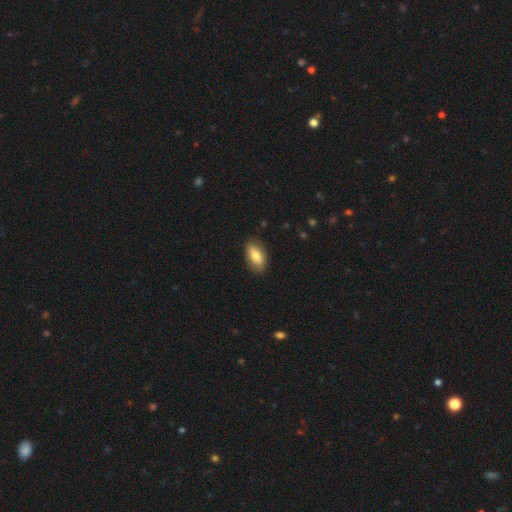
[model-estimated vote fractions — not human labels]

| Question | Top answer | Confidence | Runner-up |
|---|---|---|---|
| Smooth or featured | smooth | 75% | featured or disk (18%) |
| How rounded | in between | 89% | cigar-shaped (7%) |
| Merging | none | 83% | minor disturbance (13%) |